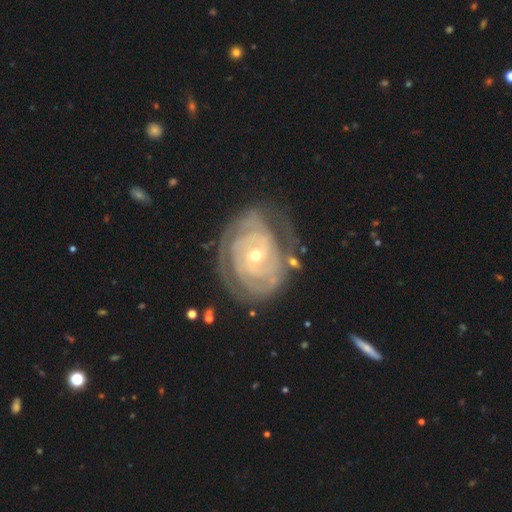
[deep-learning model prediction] Overall: featured or disk (88%). Edge-on disk: no (97%). Bar: no (59%; weak 30%). Spiral arms: yes (94%). Spiral arm count: 2 (33%; can't tell 29%). Spiral winding: tight (78%). Bulge size: small (56%; moderate 41%). Merging: none (69%).